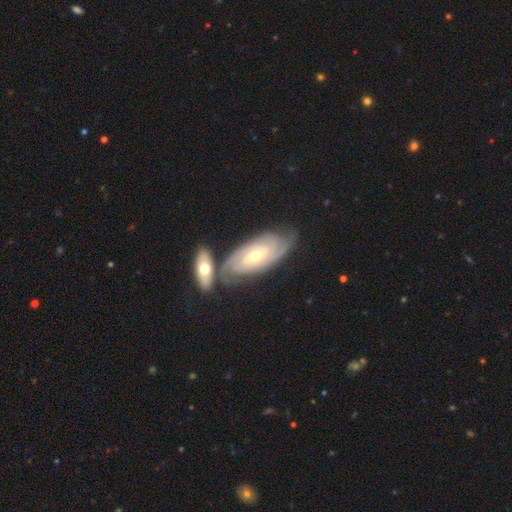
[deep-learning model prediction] Smooth or featured?
  - featured or disk: 80% *
  - smooth: 13%
  - star or artifact: 7%
Edge-on disk?
  - no: 90% *
  - yes: 10%
Bar?
  - no: 60% *
  - weak: 31%
  - strong: 9%
Spiral arms?
  - yes: 92% *
  - no: 8%
Spiral winding?
  - tight: 77% *
  - medium: 18%
  - loose: 5%
Spiral arm count?
  - can't tell: 42% *
  - 2: 34%
  - 3: 11%
  - 4: 5%
  - 1: 4%
  - more than 4: 4%
Bulge size?
  - moderate: 55% *
  - small: 41%
  - large: 2%
  - none: 1%
  - dominant: 1%
Merging?
  - none: 64% *
  - merger: 19%
  - minor disturbance: 13%
  - major disturbance: 4%